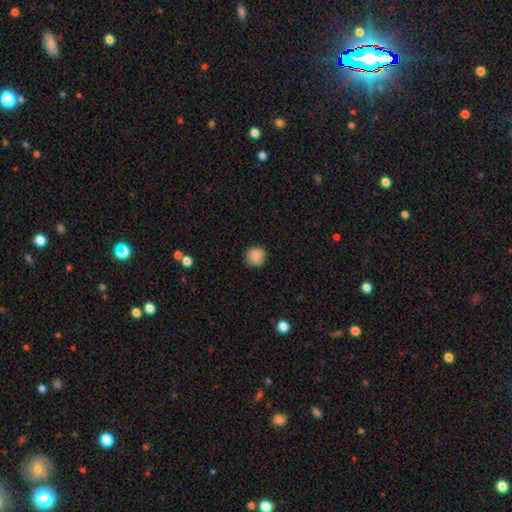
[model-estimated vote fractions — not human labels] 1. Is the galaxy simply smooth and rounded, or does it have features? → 86% smooth, 9% star or artifact, 5% featured or disk.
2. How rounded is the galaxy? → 91% round, 8% in between, 1% cigar-shaped.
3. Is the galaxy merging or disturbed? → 83% none, 13% minor disturbance, 3% major disturbance, 1% merger.